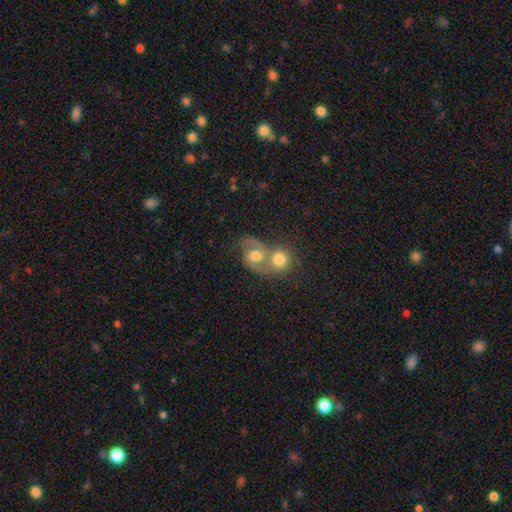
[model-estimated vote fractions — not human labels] A featured or disk galaxy (52%) with no bar (58%), spiral arms (81%) and a moderate central bulge (64%).

Vote fractions:
- Smooth or featured? featured or disk: 52% / smooth: 38% / star or artifact: 10%
- Edge-on disk? no: 97% / yes: 3%
- Bar? no: 58% / weak: 33% / strong: 8%
- Spiral arms? yes: 81% / no: 19%
- Bulge size? moderate: 64% / large: 19% / small: 12% / none: 3% / dominant: 2%
- Merging? merger: 63% / none: 24% / minor disturbance: 8% / major disturbance: 5%